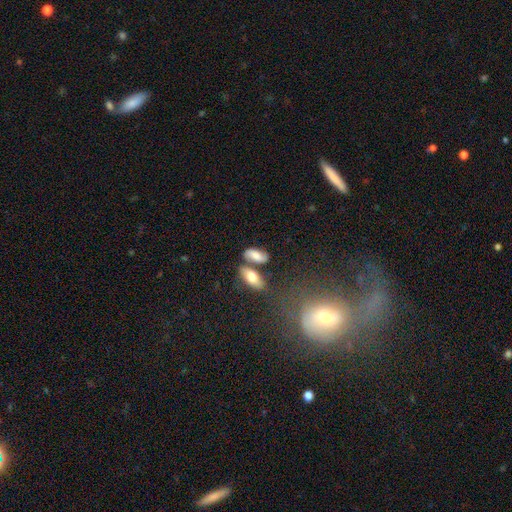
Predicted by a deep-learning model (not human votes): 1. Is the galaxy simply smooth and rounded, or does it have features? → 71% smooth, 21% featured or disk, 8% star or artifact.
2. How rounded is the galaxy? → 80% in between, 16% cigar-shaped, 4% round.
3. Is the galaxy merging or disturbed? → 53% none, 27% merger, 15% minor disturbance, 6% major disturbance.